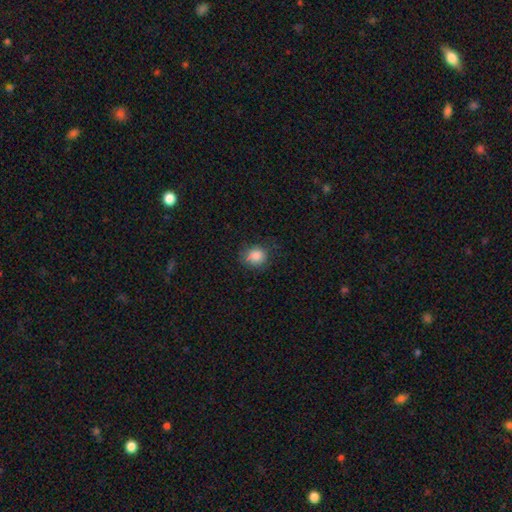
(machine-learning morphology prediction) Overall: smooth (86%). How rounded: round (77%). Merging: none (73%).